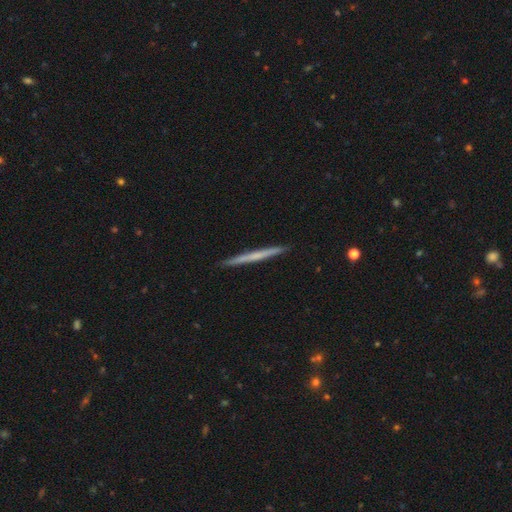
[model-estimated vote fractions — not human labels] Q: Smooth or featured?
A: featured or disk (50%); runner-up: smooth (45%)
Q: Merging?
A: none (92%); runner-up: minor disturbance (5%)